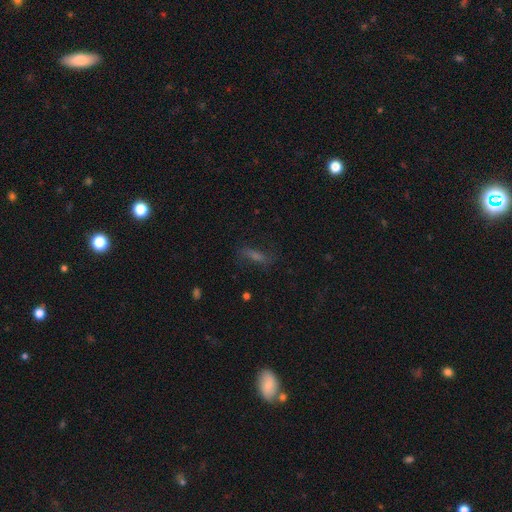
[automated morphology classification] Q: Smooth or featured?
A: smooth (42%); runner-up: featured or disk (32%)
Q: Merging?
A: none (72%); runner-up: minor disturbance (17%)